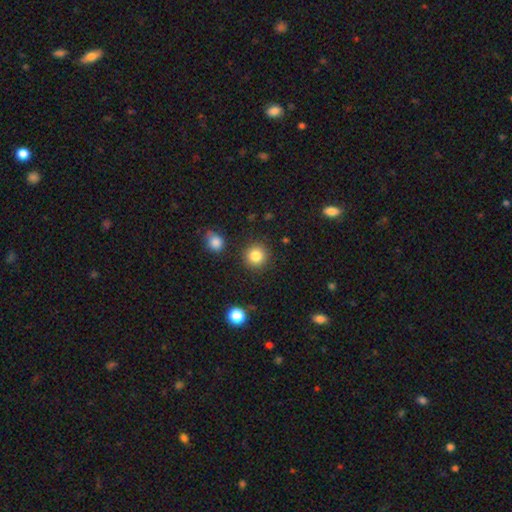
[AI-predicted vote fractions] This appears to be a smooth galaxy with no disk features (84%) that is round (92%). Merging: none (89%).